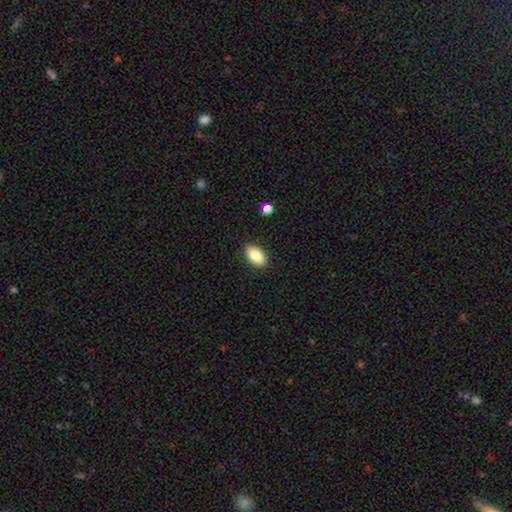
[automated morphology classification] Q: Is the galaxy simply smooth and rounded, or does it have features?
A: smooth — 86%.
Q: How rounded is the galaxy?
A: in between — 93%.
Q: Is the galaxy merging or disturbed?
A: none — 89%.